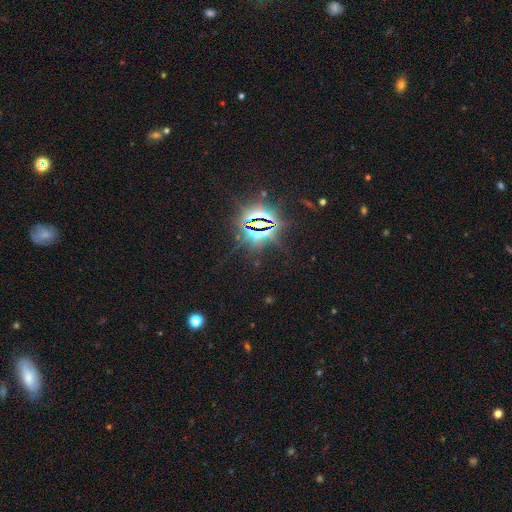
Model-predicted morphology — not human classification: A star or artifact, not a galaxy (85%).